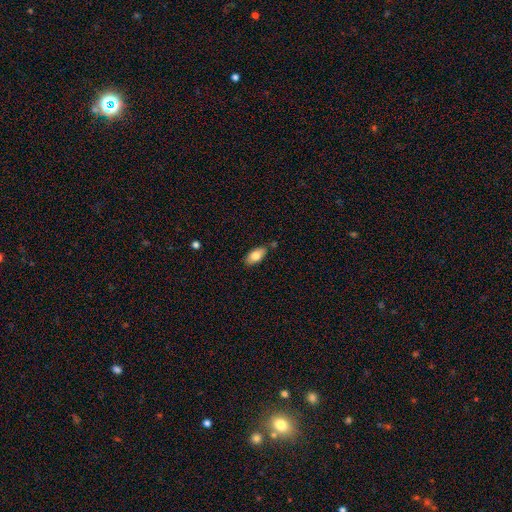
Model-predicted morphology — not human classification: This appears to be a smooth galaxy with no disk features (80%) that is in between round and cigar-shaped (90%). Merging: none (77%).